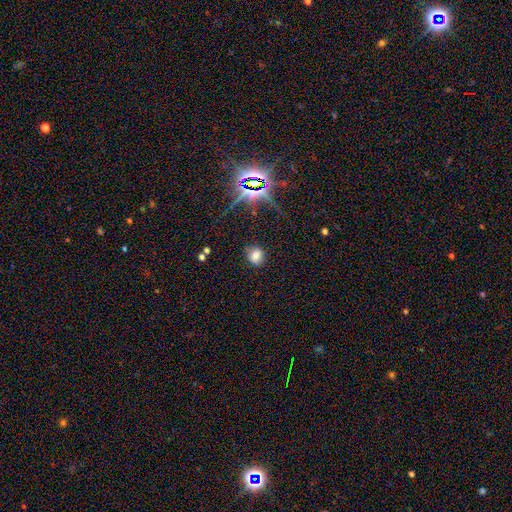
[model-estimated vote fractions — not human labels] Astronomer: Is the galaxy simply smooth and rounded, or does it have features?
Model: smooth — 72%.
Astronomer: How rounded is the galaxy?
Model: round — 67%.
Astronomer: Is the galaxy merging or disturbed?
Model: none — 81%.